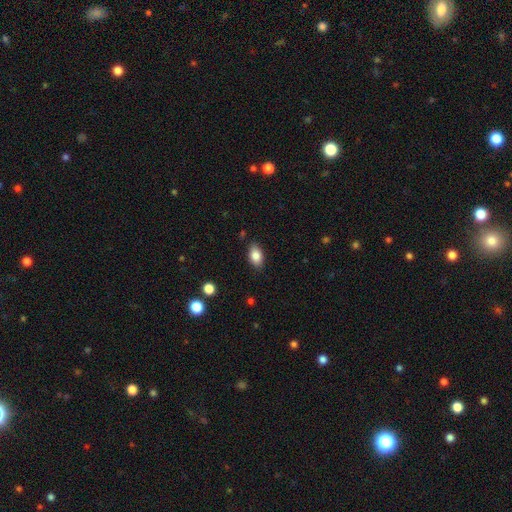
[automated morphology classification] Smooth or featured: smooth — 84% (star or artifact — 8%)
How rounded: in between — 89% (round — 9%)
Merging: none — 85% (minor disturbance — 11%)